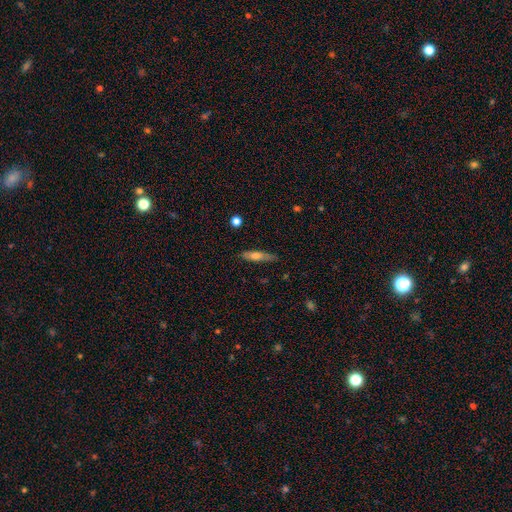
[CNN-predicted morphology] smooth-or-featured: smooth: 65% | featured or disk: 28% | star or artifact: 7%
  how-rounded: cigar-shaped: 69% | in between: 29% | round: 2%
  merging: none: 76% | minor disturbance: 18% | major disturbance: 4% | merger: 2%